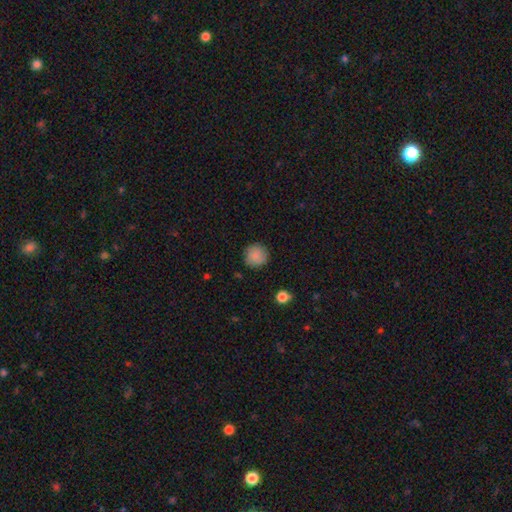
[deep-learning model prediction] Q: Smooth or featured?
A: smooth (86%); runner-up: star or artifact (8%)
Q: How rounded?
A: round (93%); runner-up: in between (6%)
Q: Merging?
A: none (86%); runner-up: minor disturbance (10%)